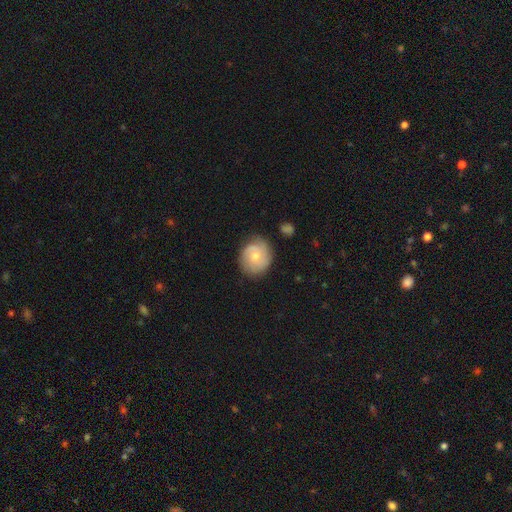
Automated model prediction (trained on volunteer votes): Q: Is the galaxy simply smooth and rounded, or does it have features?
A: featured or disk — 58%.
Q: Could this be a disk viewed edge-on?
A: no — 98%.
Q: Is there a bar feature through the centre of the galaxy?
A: no — 72%.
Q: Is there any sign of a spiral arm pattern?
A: yes — 88%.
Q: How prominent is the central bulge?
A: moderate — 48%, tied with small.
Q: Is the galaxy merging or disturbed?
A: none — 73%.